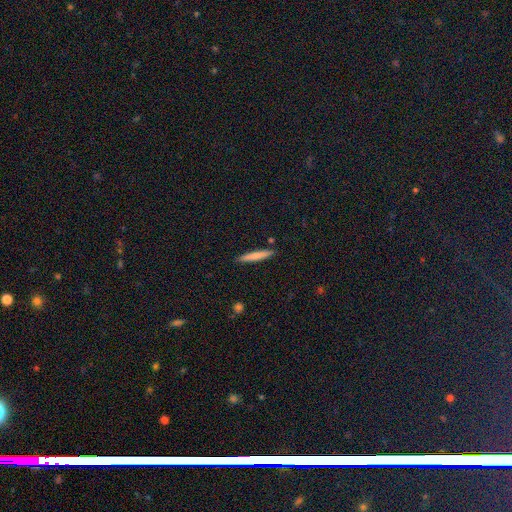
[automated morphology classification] smooth-or-featured: smooth: 72% | featured or disk: 22% | star or artifact: 6%
  how-rounded: cigar-shaped: 94% | in between: 4% | round: 1%
  merging: none: 90% | minor disturbance: 7% | merger: 2% | major disturbance: 1%